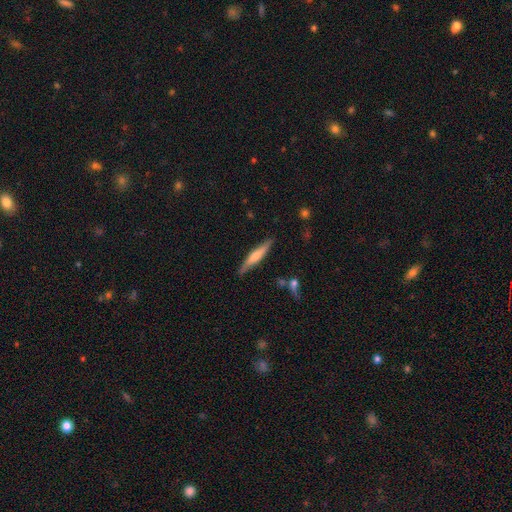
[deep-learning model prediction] Smooth or featured? Predicted: smooth (p=0.50). Merging? Predicted: none (p=0.85).